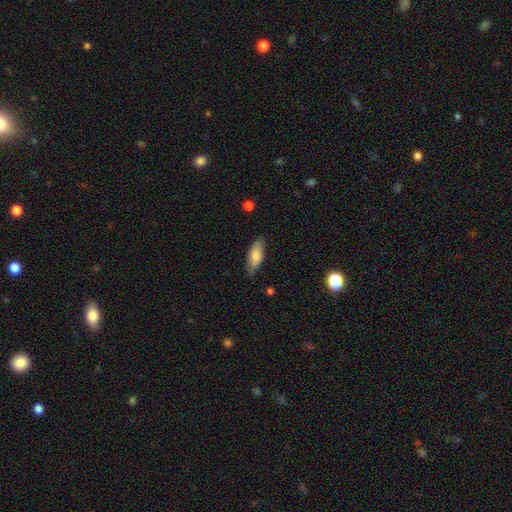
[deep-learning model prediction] smooth-or-featured: smooth: 81% | featured or disk: 13% | star or artifact: 6%
  how-rounded: in between: 72% | cigar-shaped: 26% | round: 2%
  merging: none: 82% | minor disturbance: 14% | major disturbance: 3% | merger: 1%